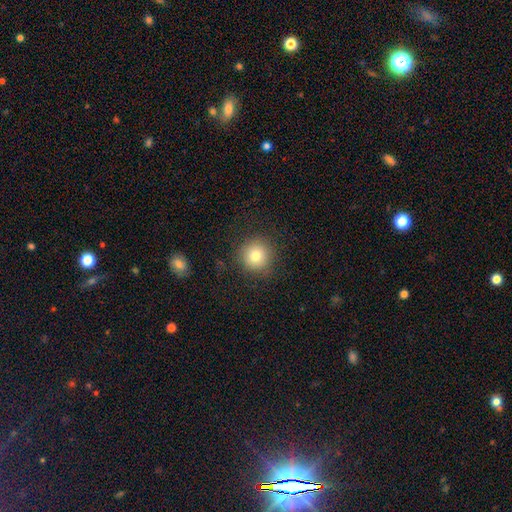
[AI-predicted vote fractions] smooth_or_featured: smooth (p=0.78) [alt: star or artifact p=0.12]
how_rounded: round (p=0.94) [alt: in between p=0.05]
merging: none (p=0.88) [alt: minor disturbance p=0.08]